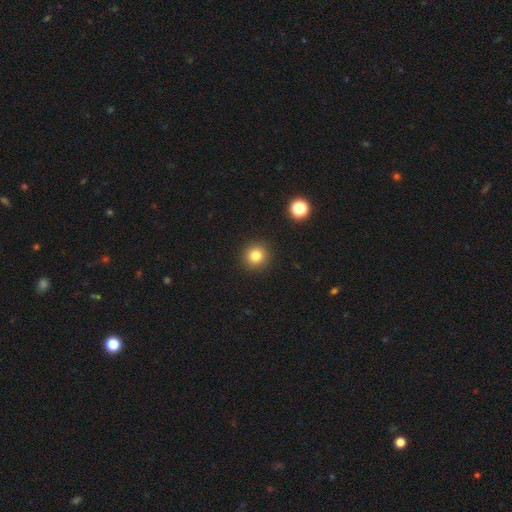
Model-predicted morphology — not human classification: Smooth or featured: smooth — 81% (star or artifact — 13%)
How rounded: round — 93% (in between — 6%)
Merging: none — 92% (minor disturbance — 5%)